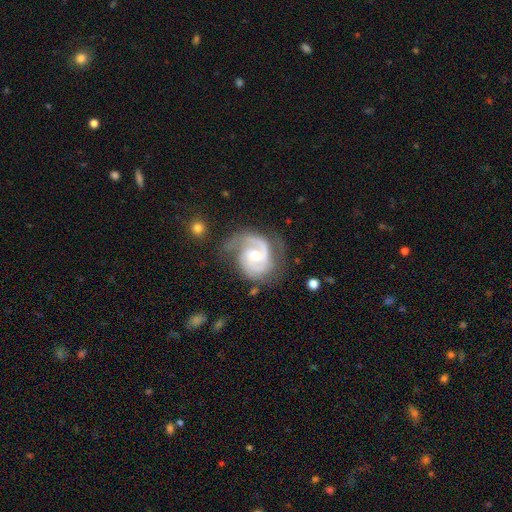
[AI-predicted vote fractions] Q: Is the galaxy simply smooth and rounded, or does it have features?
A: featured or disk — 90%.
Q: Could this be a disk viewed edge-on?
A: no — 98%.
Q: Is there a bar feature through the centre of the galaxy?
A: no — 45%.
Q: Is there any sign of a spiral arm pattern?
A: yes — 98%.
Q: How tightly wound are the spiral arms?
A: tight — 46%.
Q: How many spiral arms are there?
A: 2 — 77%.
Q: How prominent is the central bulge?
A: moderate — 59%.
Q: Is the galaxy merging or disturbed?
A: none — 65%.